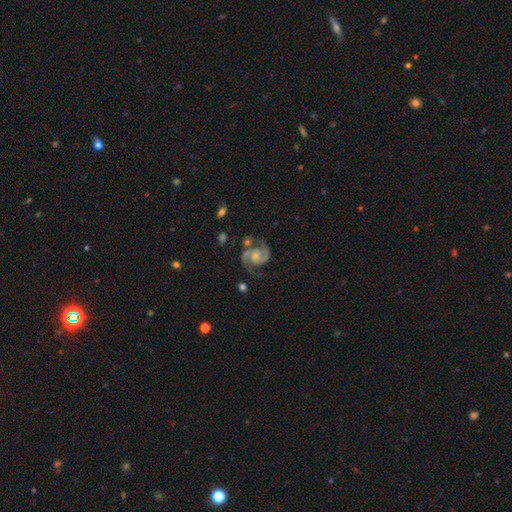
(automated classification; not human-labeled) Smooth or featured? featured or disk (92%)
Edge-on disk? no (98%)
Bar? no (62%)
Spiral arms? yes (99%)
Spiral winding? medium (59%)
Spiral arm count? 2 (94%)
Bulge size? small (45%)
Merging? none (73%)